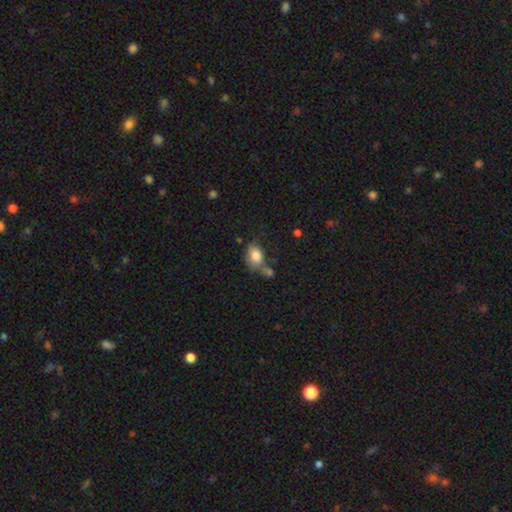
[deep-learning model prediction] This appears to be a smooth galaxy with no disk features (80%) that is in between round and cigar-shaped (70%). Merging: none (37%).